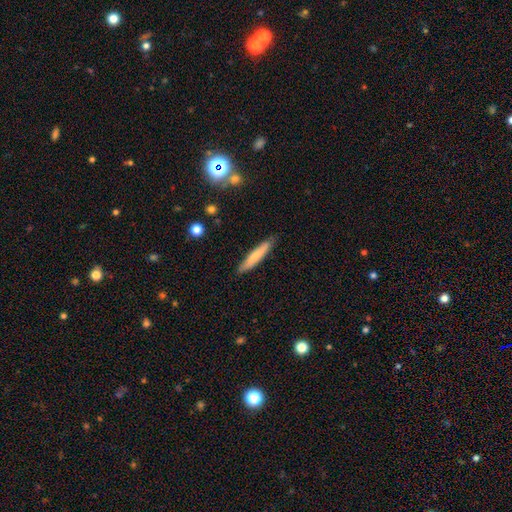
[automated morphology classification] type=smooth (74%); roundness=cigar-shaped (92%); merging=none (87%).